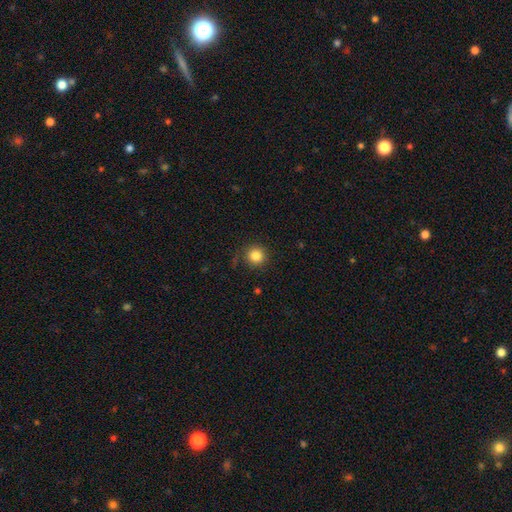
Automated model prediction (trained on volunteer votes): The model was most divided on "smooth or featured": smooth: 84%, star or artifact: 11%, featured or disk: 5%. More confident: how rounded — round (94%); merging — none (85%).